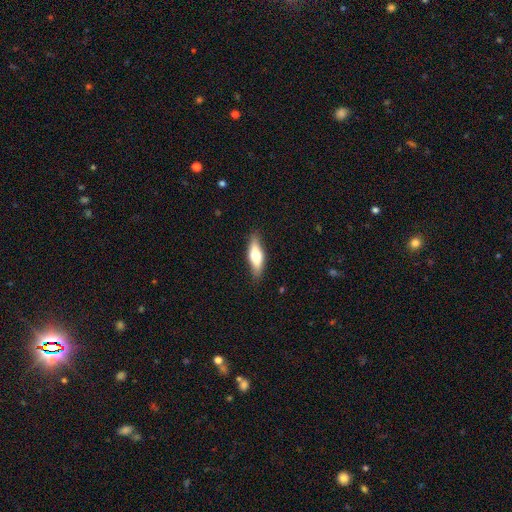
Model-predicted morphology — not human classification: type=smooth (59%); roundness=in between (53%); merging=none (84%).